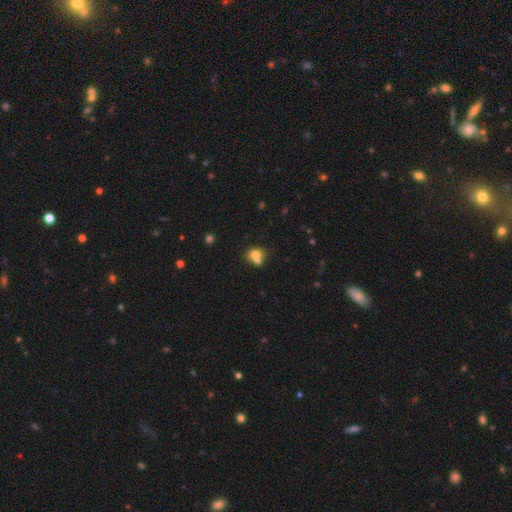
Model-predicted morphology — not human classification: Smooth or featured? Predicted: smooth (p=0.69). How rounded? Predicted: round (p=0.54). Merging? Predicted: merger (p=0.60).